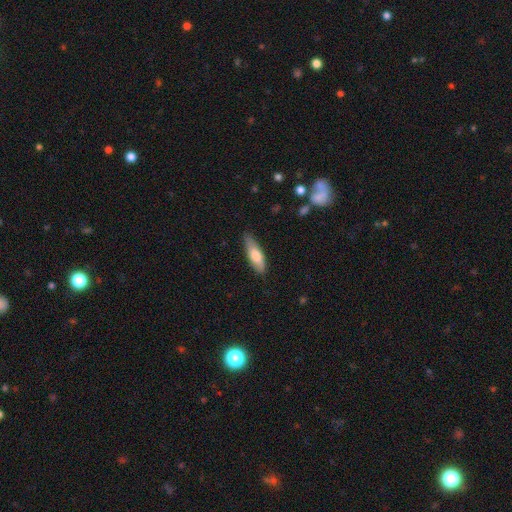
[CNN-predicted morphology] The model was most divided on "how rounded": in between: 50%, cigar-shaped: 48%, round: 2%. More confident: merging — none (77%); smooth or featured — smooth (75%).